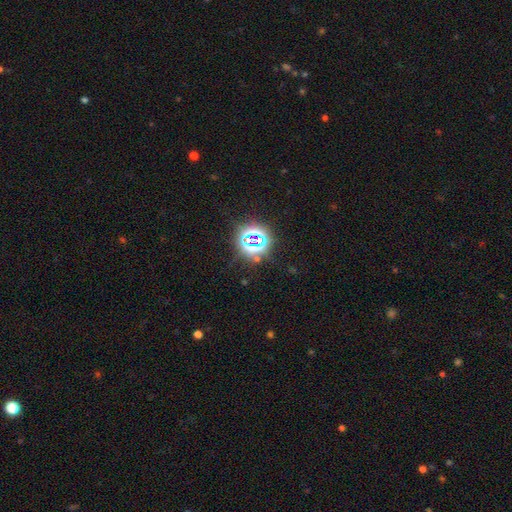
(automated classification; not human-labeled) star or artifact 75%, smooth 17%, featured or disk 9%.